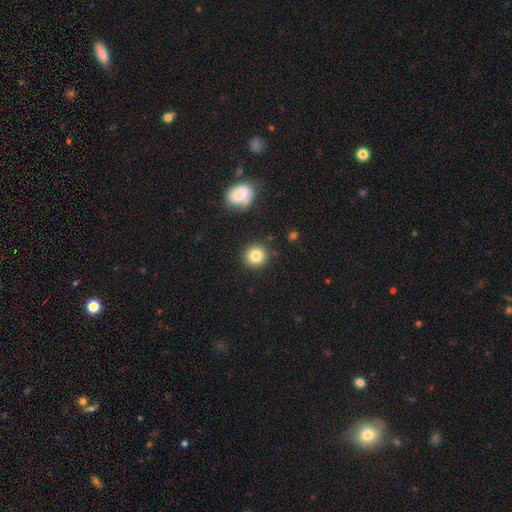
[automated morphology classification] A smooth galaxy with no disk features (84%) that is round (92%). Merging: none (89%).